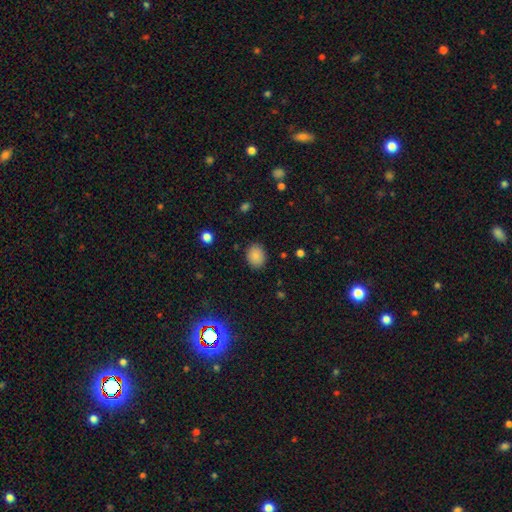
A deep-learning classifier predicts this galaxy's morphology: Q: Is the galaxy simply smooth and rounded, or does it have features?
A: smooth — 86%.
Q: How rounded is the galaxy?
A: round — 50%.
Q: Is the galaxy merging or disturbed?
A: none — 87%.